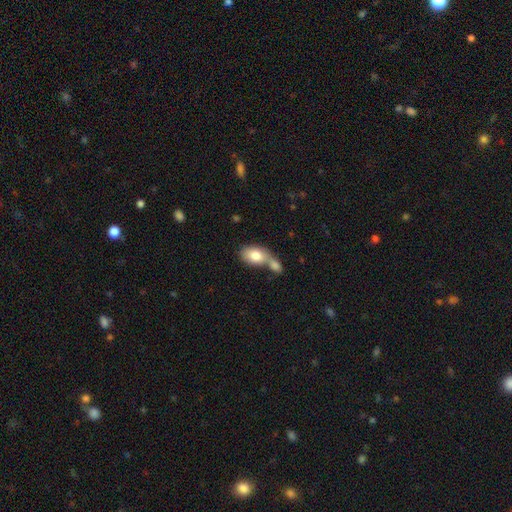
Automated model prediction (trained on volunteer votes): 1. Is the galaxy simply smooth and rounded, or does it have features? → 80% smooth, 14% featured or disk, 6% star or artifact.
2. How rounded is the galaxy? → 87% in between, 11% round, 2% cigar-shaped.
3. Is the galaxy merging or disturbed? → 61% merger, 24% none, 10% minor disturbance, 5% major disturbance.